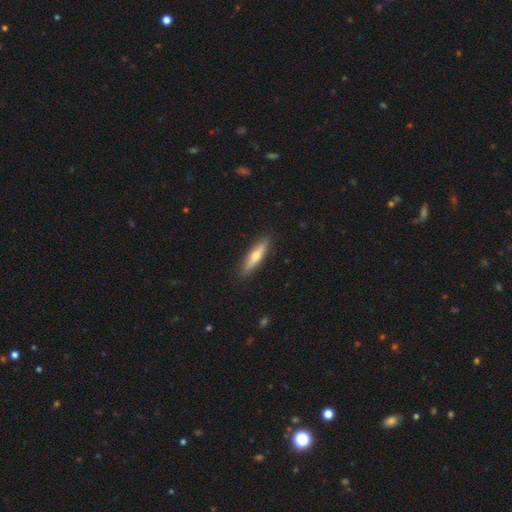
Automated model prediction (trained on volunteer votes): Smooth or featured? Predicted: smooth (p=0.53). How rounded? Predicted: cigar-shaped (p=0.78). Merging? Predicted: none (p=0.89).